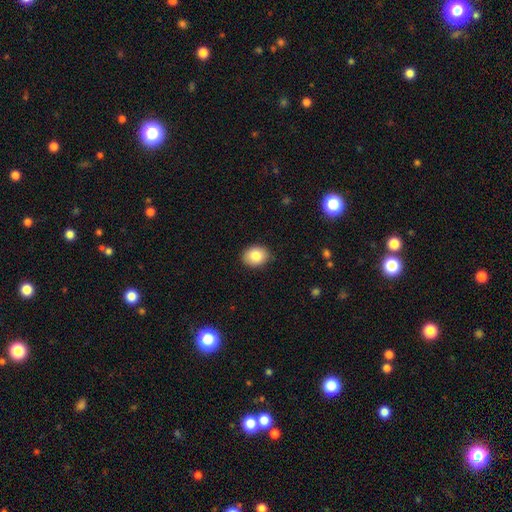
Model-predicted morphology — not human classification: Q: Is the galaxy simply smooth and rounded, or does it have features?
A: smooth — 84%.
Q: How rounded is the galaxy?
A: in between — 51%.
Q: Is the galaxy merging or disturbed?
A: none — 86%.